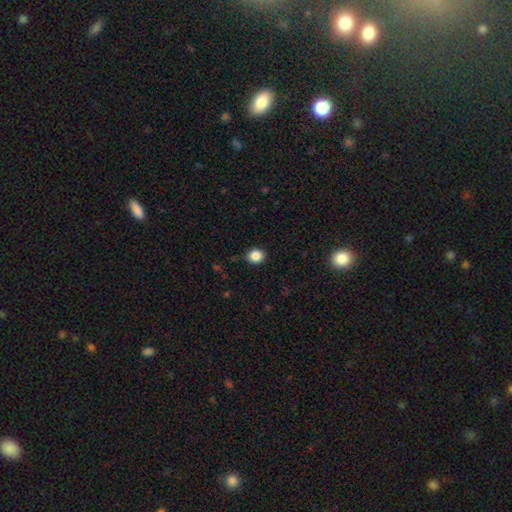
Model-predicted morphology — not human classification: The model was most divided on "how rounded": round: 80%, in between: 19%, cigar-shaped: 1%. More confident: merging — none (88%); smooth or featured — smooth (86%).